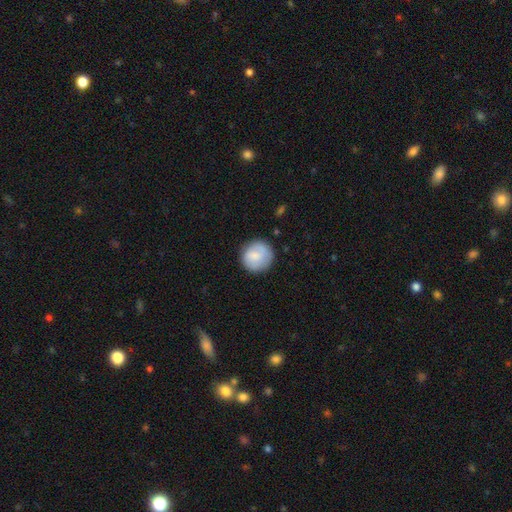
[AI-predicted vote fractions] This is likely a smooth galaxy (77%). How rounded: clearly round (92%). Merging: clearly none (80%).